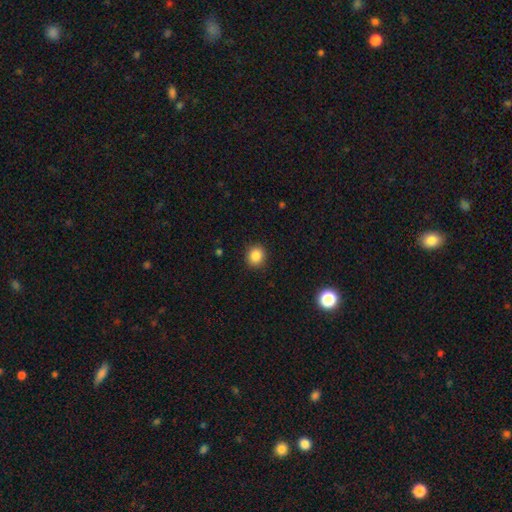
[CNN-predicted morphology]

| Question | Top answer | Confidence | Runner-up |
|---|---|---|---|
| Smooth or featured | smooth | 86% | star or artifact (10%) |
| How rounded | round | 83% | in between (16%) |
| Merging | none | 90% | minor disturbance (7%) |